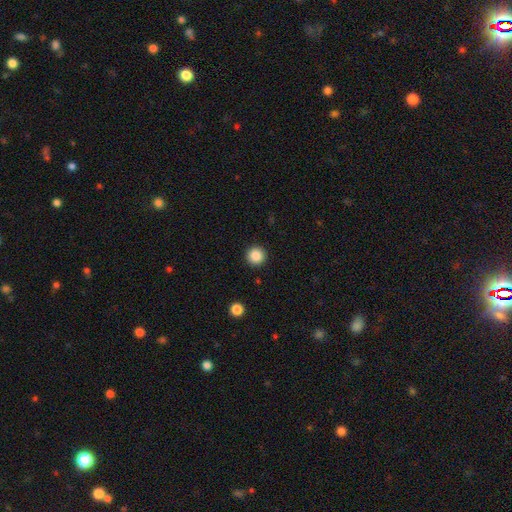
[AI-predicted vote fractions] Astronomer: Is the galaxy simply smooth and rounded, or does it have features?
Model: smooth — 87%.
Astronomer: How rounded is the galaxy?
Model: round — 96%.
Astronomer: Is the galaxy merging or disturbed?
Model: none — 93%.